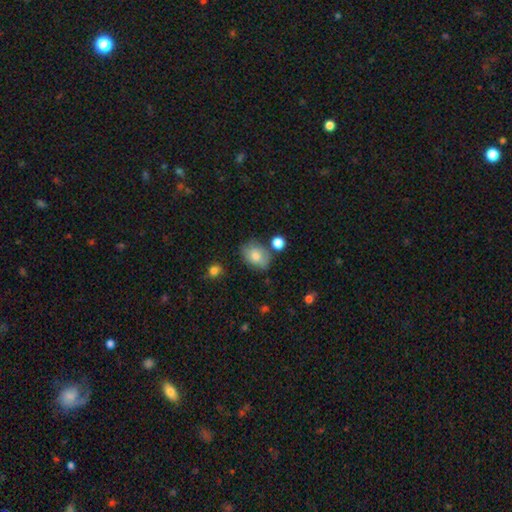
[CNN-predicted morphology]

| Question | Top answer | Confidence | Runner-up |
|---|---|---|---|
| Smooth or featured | smooth | 77% | featured or disk (14%) |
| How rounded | in between | 70% | round (29%) |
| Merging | none | 67% | minor disturbance (20%) |